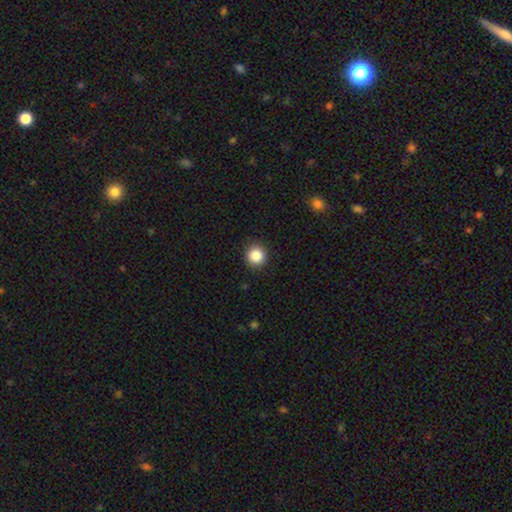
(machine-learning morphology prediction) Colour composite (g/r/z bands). It shows a smooth galaxy with no disk features (88%) that is round (93%). Merging: none (91%).